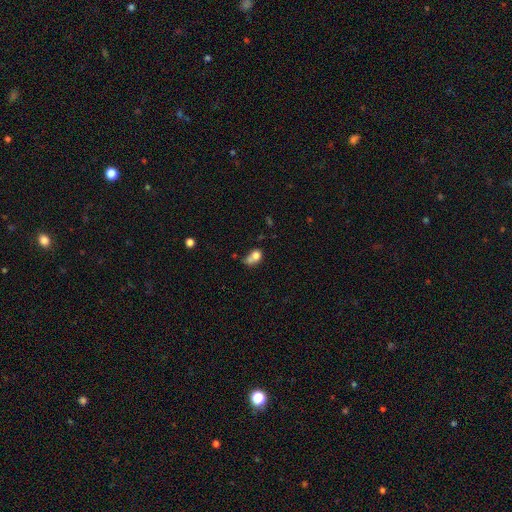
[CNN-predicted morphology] This appears to be a smooth galaxy with no disk features (72%) that is round (49%, tied with in between). Merging: merger (47%).